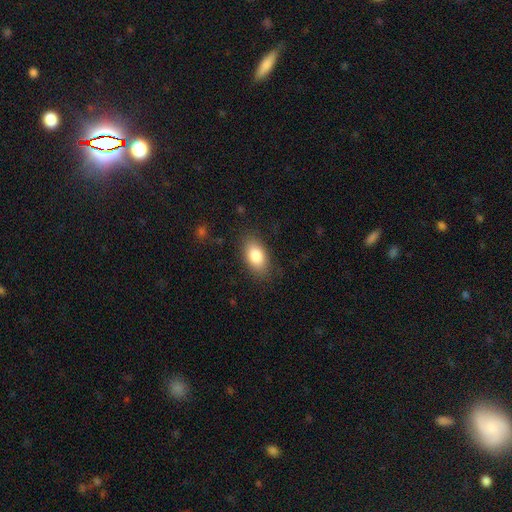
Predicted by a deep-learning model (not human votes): smooth 83%, featured or disk 10%, star or artifact 7%. Down the decision tree: how rounded — in between (91%); merging — none (83%).